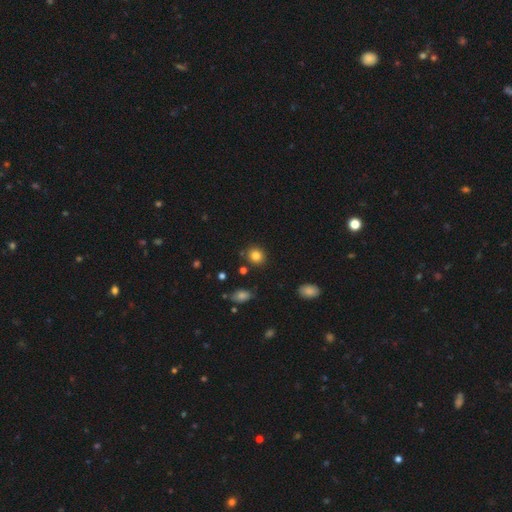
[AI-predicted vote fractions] Smooth or featured?
  - smooth: 83% *
  - star or artifact: 11%
  - featured or disk: 6%
How rounded?
  - round: 80% *
  - in between: 19%
  - cigar-shaped: 1%
Merging?
  - none: 86% *
  - minor disturbance: 8%
  - merger: 3%
  - major disturbance: 2%